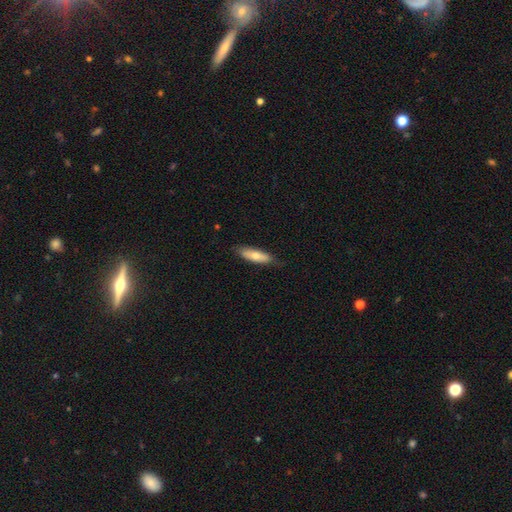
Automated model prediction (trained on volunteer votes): A smooth galaxy with no disk features (71%) that is cigar-shaped (54%). Merging: none (78%).